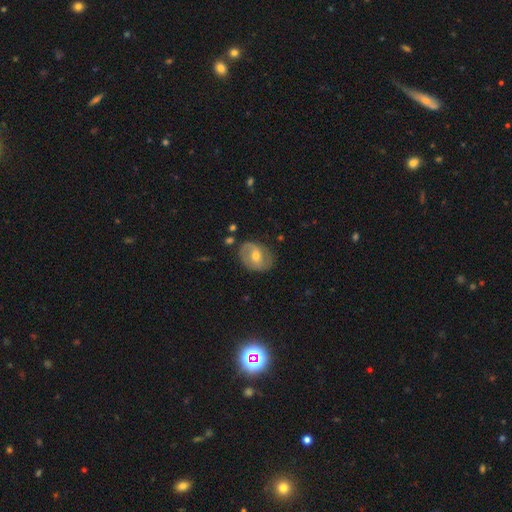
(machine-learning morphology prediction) Smooth or featured?
  - featured or disk: 63% *
  - smooth: 31%
  - star or artifact: 6%
Edge-on disk?
  - no: 96% *
  - yes: 4%
Bar?
  - weak: 45% *
  - no: 36%
  - strong: 20%
Spiral arms?
  - yes: 69% *
  - no: 31%
Bulge size?
  - moderate: 65% *
  - small: 30%
  - large: 3%
  - none: 1%
  - dominant: 1%
Merging?
  - none: 74% *
  - minor disturbance: 18%
  - major disturbance: 6%
  - merger: 2%